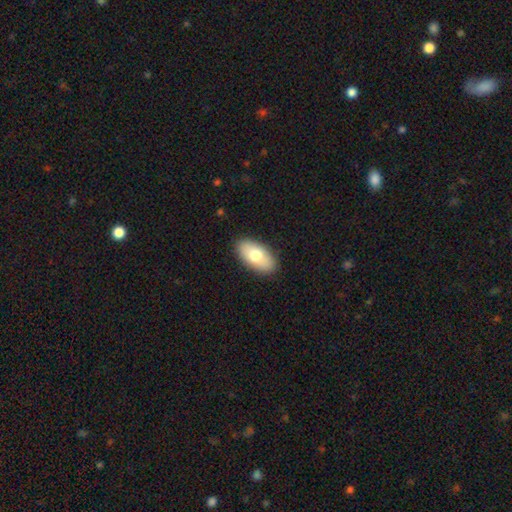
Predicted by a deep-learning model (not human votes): Smooth or featured? smooth (73%)
How rounded? in between (93%)
Merging? none (89%)